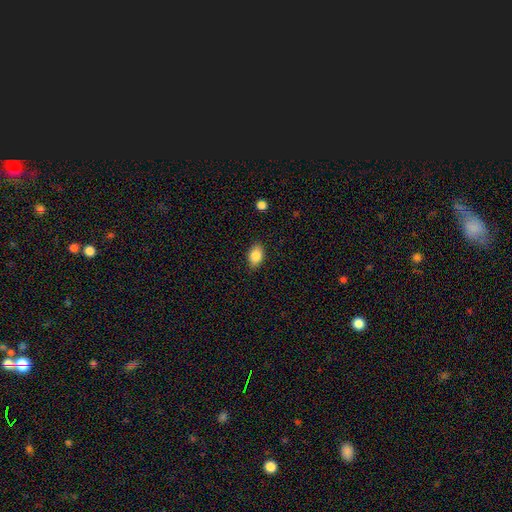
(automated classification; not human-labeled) smooth_or_featured: smooth (p=0.86) [alt: star or artifact p=0.08]
how_rounded: in between (p=0.86) [alt: round p=0.13]
merging: none (p=0.86) [alt: minor disturbance p=0.11]